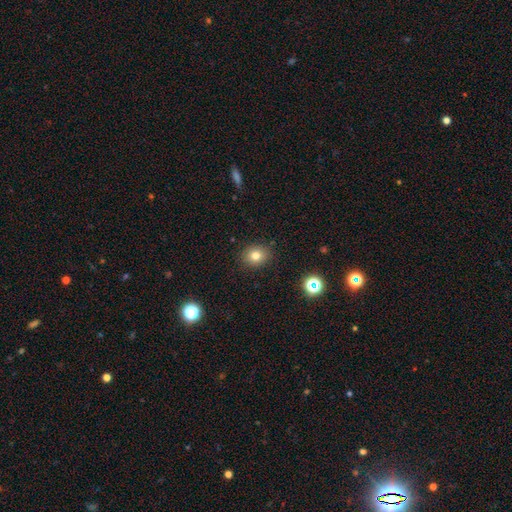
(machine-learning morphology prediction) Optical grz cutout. It shows a smooth galaxy with no disk features (78%) that is round (68%). Merging: none (88%).